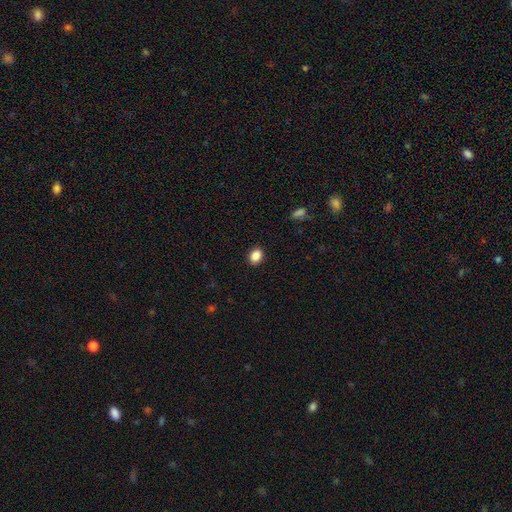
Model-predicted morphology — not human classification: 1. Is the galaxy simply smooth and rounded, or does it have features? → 87% smooth, 9% star or artifact, 3% featured or disk.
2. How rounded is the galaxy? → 56% in between, 43% round, 1% cigar-shaped.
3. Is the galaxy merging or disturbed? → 90% none, 7% minor disturbance, 2% major disturbance, 1% merger.